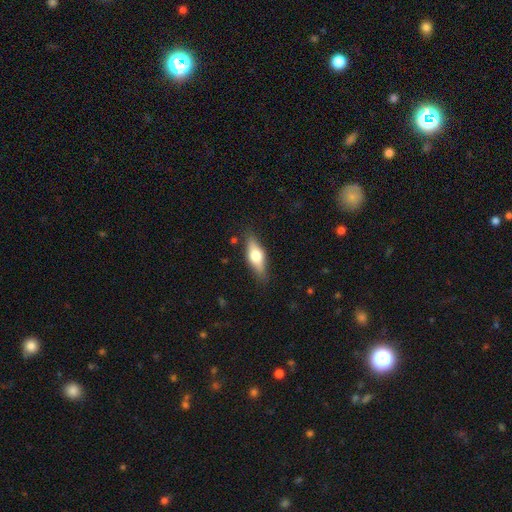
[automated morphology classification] This is possibly a smooth galaxy (53%). How rounded: likely in between (63%). Merging: clearly none (83%).